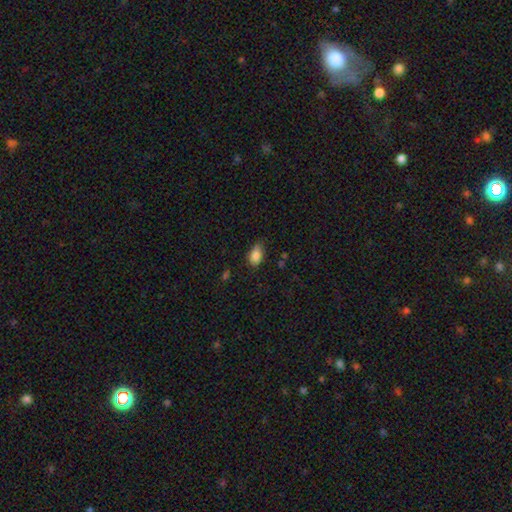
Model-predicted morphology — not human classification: A smooth galaxy with no disk features (85%) that is in between round and cigar-shaped (88%). Merging: none (67%).